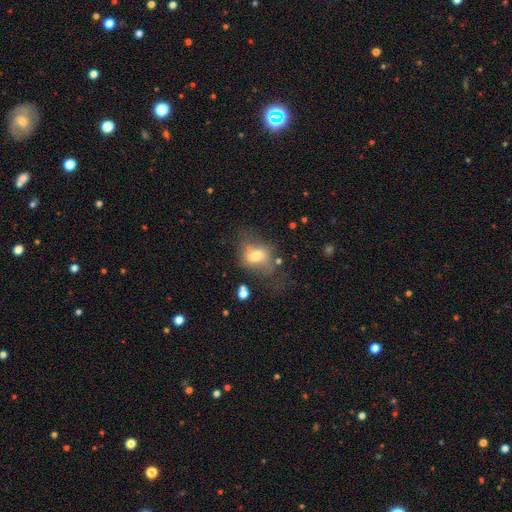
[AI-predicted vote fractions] Smooth or featured? Predicted: smooth (p=0.61). How rounded? Predicted: in between (p=0.61). Merging? Predicted: none (p=0.39).